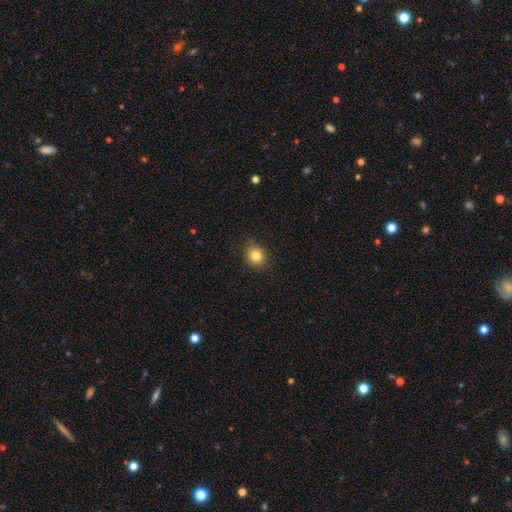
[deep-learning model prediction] The model was most divided on "how rounded": round: 84%, in between: 15%, cigar-shaped: 1%. More confident: merging — none (88%); smooth or featured — smooth (83%).